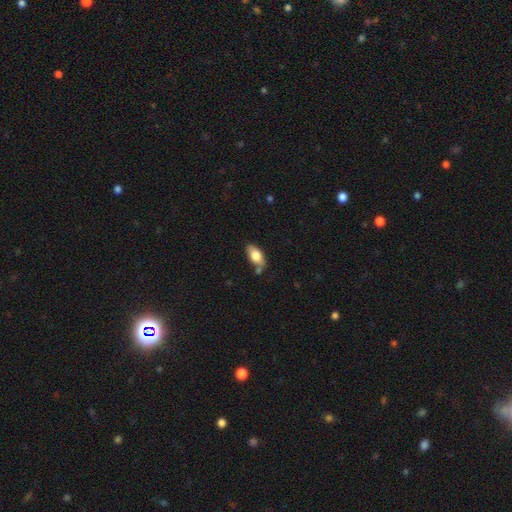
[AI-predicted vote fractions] This is likely a smooth galaxy (77%). How rounded: clearly in between (91%). Merging: likely none (65%).